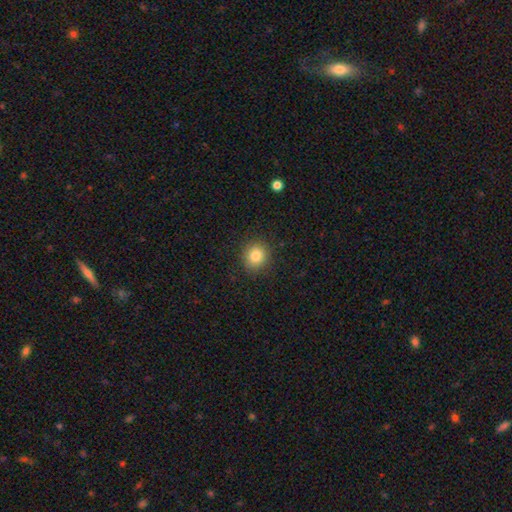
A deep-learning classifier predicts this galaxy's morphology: Overall: smooth (83%). How rounded: round (85%). Merging: none (89%).